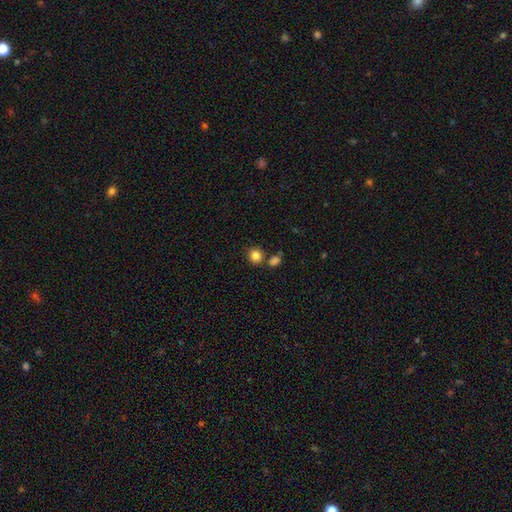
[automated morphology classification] Smooth or featured: smooth — 85% (star or artifact — 10%)
How rounded: round — 86% (in between — 13%)
Merging: none — 74% (merger — 14%)